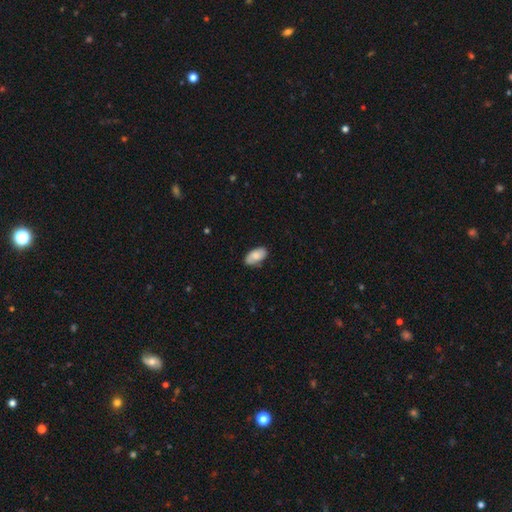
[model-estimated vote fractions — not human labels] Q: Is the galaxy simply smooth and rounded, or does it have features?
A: smooth — 75%.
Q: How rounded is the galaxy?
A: in between — 95%.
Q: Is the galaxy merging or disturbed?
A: none — 79%.